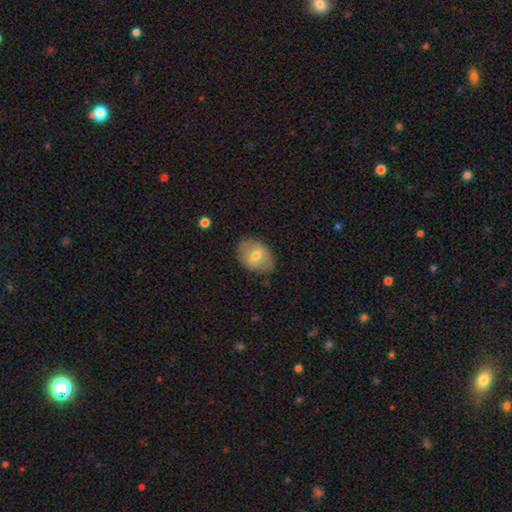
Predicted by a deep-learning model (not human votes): Smooth or featured?
  - smooth: 62% *
  - featured or disk: 30%
  - star or artifact: 7%
How rounded?
  - in between: 75% *
  - round: 24%
  - cigar-shaped: 1%
Merging?
  - none: 75% *
  - minor disturbance: 19%
  - major disturbance: 5%
  - merger: 1%